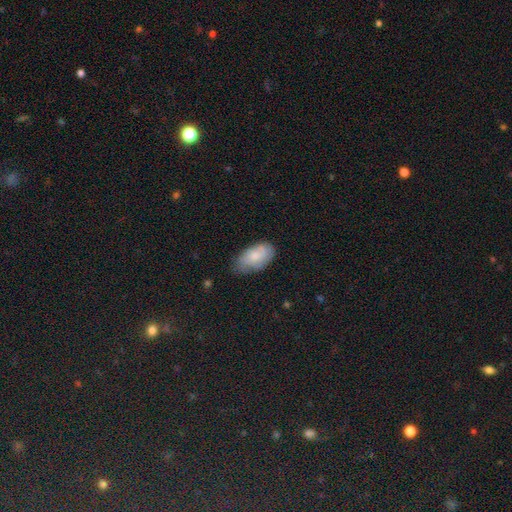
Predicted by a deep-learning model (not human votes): Smooth or featured? Predicted: smooth (p=0.61). How rounded? Predicted: in between (p=0.93). Merging? Predicted: none (p=0.63).